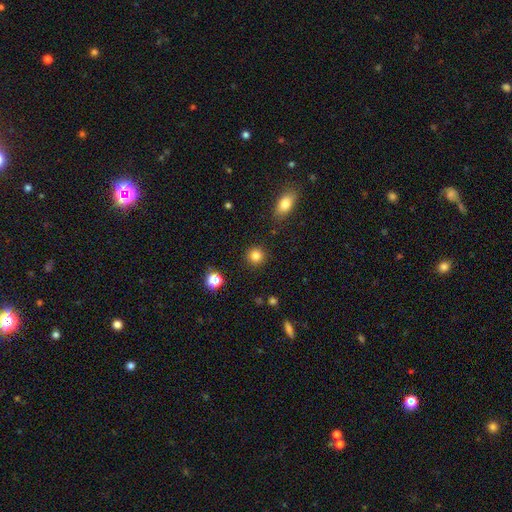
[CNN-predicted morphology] A smooth galaxy with no disk features (84%) that is round (92%). Merging: none (90%).